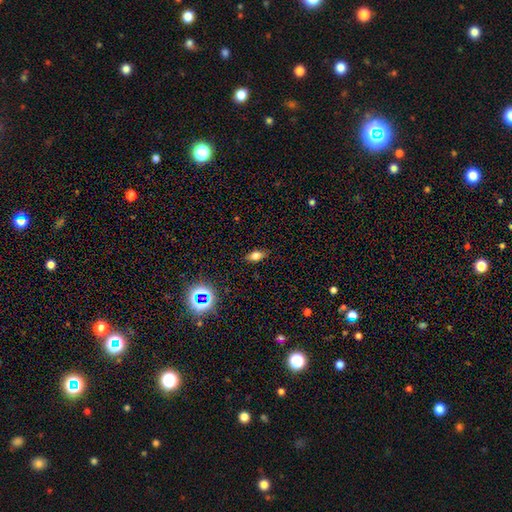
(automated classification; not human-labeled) Smooth or featured?
  - smooth: 72% *
  - star or artifact: 14%
  - featured or disk: 14%
How rounded?
  - in between: 82% *
  - round: 10%
  - cigar-shaped: 8%
Merging?
  - none: 86% *
  - minor disturbance: 11%
  - major disturbance: 2%
  - merger: 1%